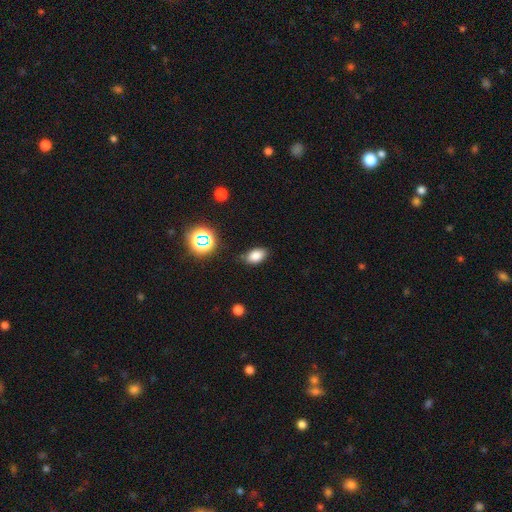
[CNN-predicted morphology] Smooth or featured: smooth — 80% (star or artifact — 14%)
How rounded: in between — 88% (round — 10%)
Merging: none — 80% (minor disturbance — 14%)